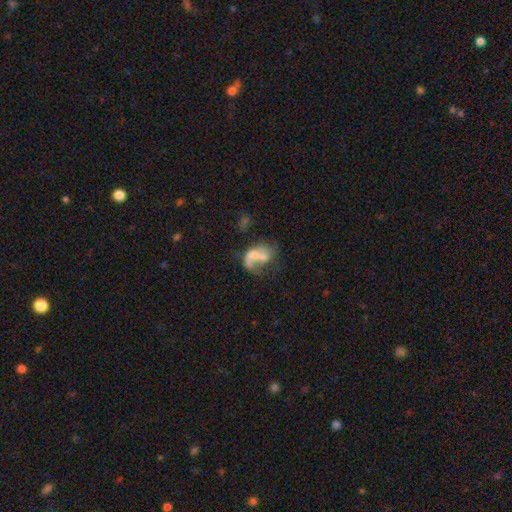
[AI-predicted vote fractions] Smooth or featured? Predicted: featured or disk (p=0.49). Merging? Predicted: merger (p=0.47).